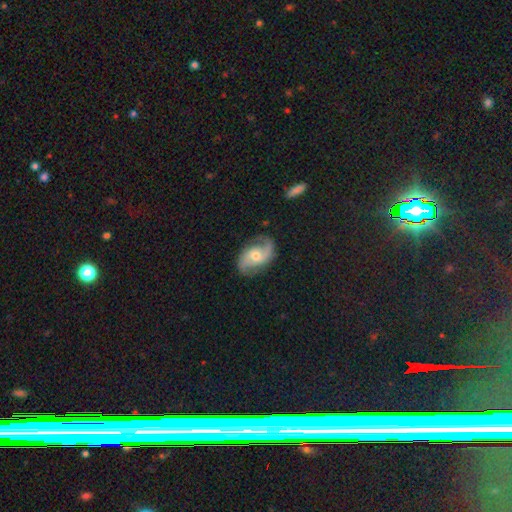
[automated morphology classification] type=featured or disk (85%); edge-on=no (97%); bar=no (59%); spiral arms=yes (96%); winding=medium (44%); arm count=2 (91%); bulge=moderate (58%); merging=none (77%).